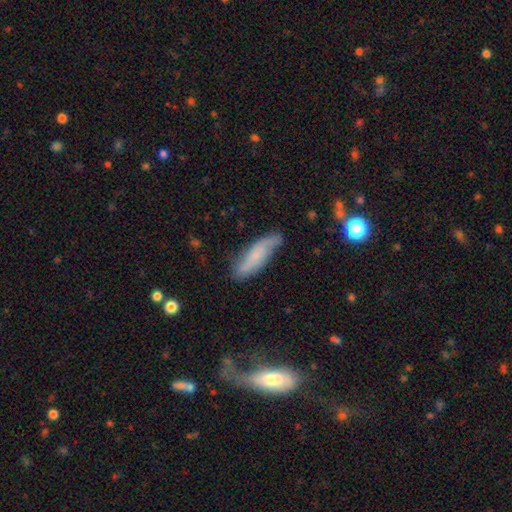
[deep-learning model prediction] smooth-or-featured: smooth: 54% | featured or disk: 38% | star or artifact: 8%
  how-rounded: cigar-shaped: 57% | in between: 40% | round: 2%
  merging: none: 69% | minor disturbance: 23% | major disturbance: 6% | merger: 2%